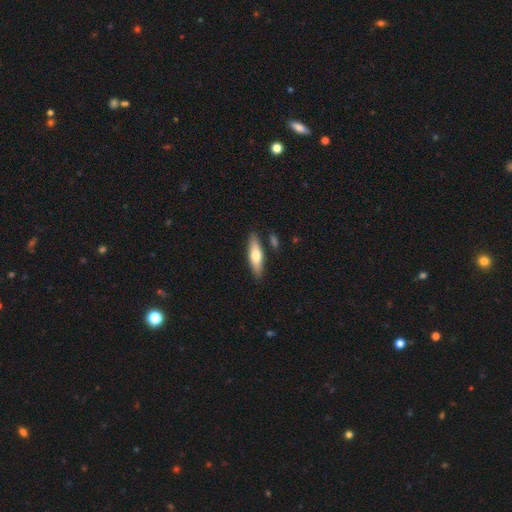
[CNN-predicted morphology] The model was most divided on "how rounded": cigar-shaped: 62%, in between: 36%, round: 2%. More confident: merging — none (84%); smooth or featured — smooth (64%).